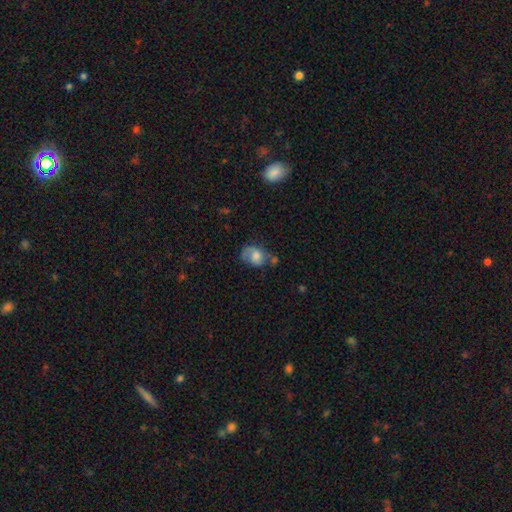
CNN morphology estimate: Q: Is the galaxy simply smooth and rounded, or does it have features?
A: smooth — 59%.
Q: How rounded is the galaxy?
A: in between — 63%.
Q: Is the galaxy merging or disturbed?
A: none — 42%.